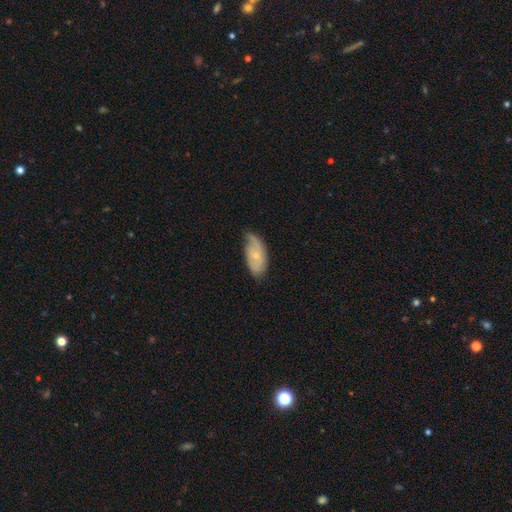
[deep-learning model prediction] This appears to be a featured or disk galaxy (49%). Merging: none (52%).